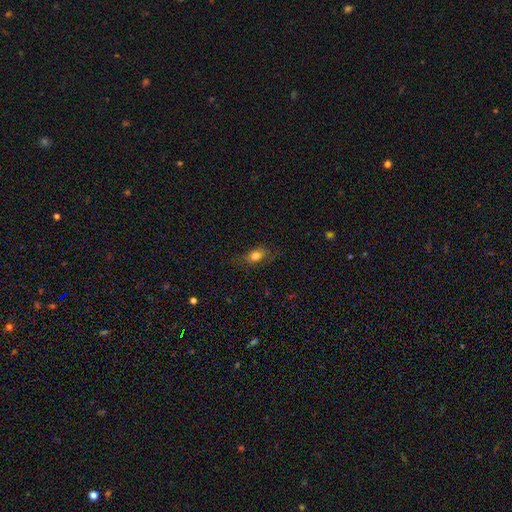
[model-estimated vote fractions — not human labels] Morphology: type=smooth (76%); roundness=in between (70%); merging=none (70%).